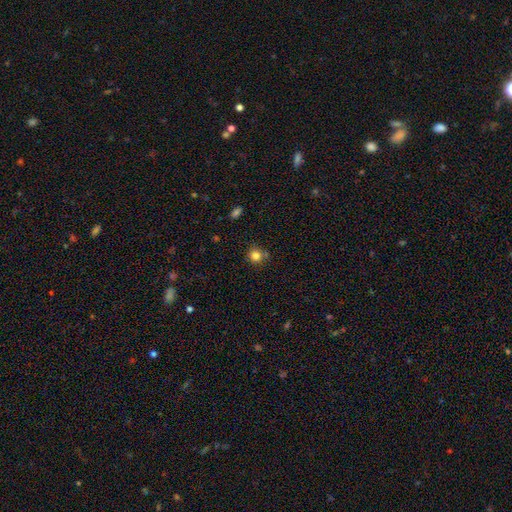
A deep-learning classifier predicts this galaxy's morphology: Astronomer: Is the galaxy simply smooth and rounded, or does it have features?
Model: smooth — 82%.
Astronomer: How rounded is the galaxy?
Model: round — 91%.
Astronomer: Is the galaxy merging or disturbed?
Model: none — 75%.